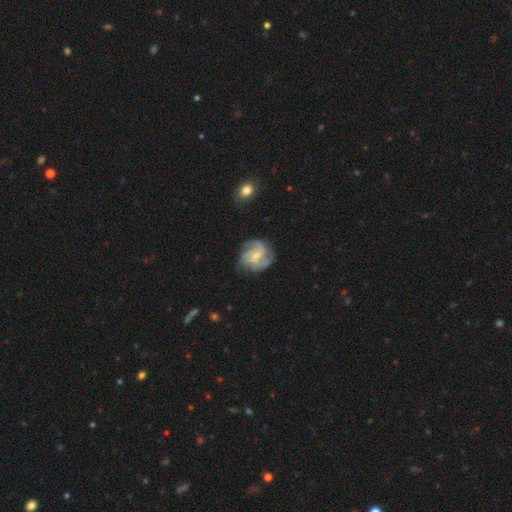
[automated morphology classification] Overall: featured or disk (85%). Edge-on disk: no (98%). Bar: weak (49%; no 39%). Spiral arms: yes (97%). Spiral arm count: 3 (50%; 2 15%). Spiral winding: medium (49%; tight 37%). Bulge size: small (61%; moderate 32%). Merging: none (74%).